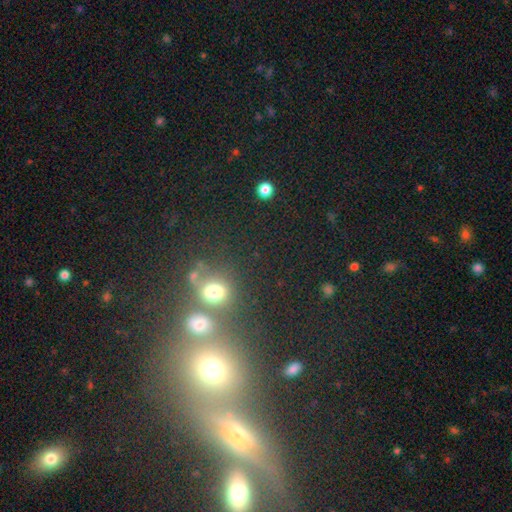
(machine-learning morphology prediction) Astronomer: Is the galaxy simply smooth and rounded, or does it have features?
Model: smooth — 51% (runner-up: star or artifact, 36%).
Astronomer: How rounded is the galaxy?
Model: round — 78%.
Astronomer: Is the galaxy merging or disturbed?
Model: none — 58%.